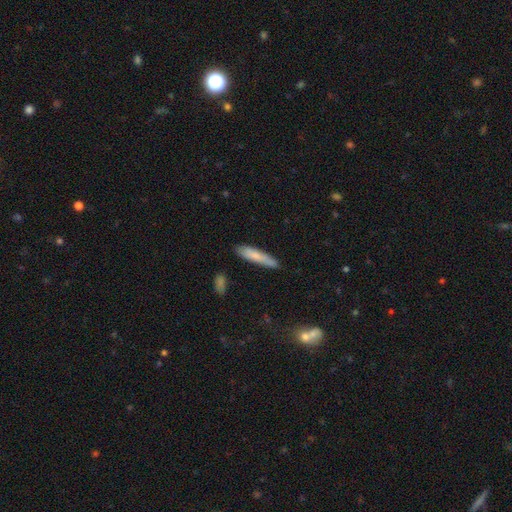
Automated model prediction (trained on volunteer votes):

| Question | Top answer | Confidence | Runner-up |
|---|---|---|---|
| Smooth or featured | smooth | 75% | featured or disk (18%) |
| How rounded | cigar-shaped | 87% | in between (11%) |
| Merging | none | 79% | minor disturbance (16%) |